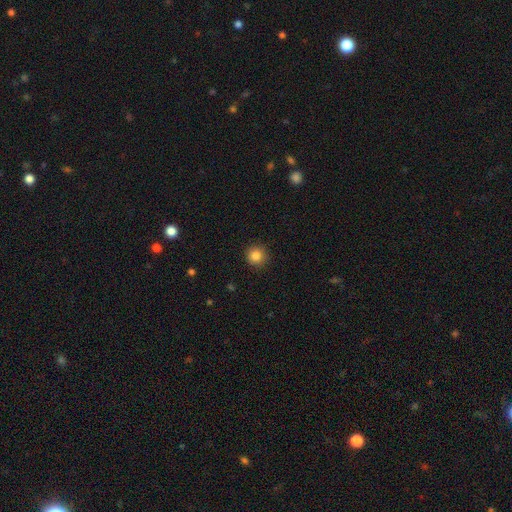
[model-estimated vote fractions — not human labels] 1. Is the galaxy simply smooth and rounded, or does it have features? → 85% smooth, 11% star or artifact, 5% featured or disk.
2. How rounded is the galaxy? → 95% round, 4% in between, 1% cigar-shaped.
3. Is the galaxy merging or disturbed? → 90% none, 7% minor disturbance, 2% major disturbance, 1% merger.